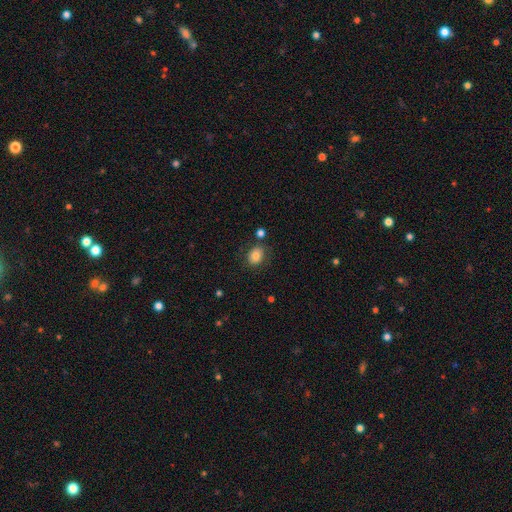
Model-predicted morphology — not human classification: A smooth galaxy with no disk features (79%) that is in between round and cigar-shaped (53%).

Vote fractions:
- Smooth or featured? smooth: 79% / featured or disk: 11% / star or artifact: 10%
- How rounded? in between: 53% / round: 46% / cigar-shaped: 1%
- Merging? none: 76% / minor disturbance: 14% / major disturbance: 5% / merger: 5%